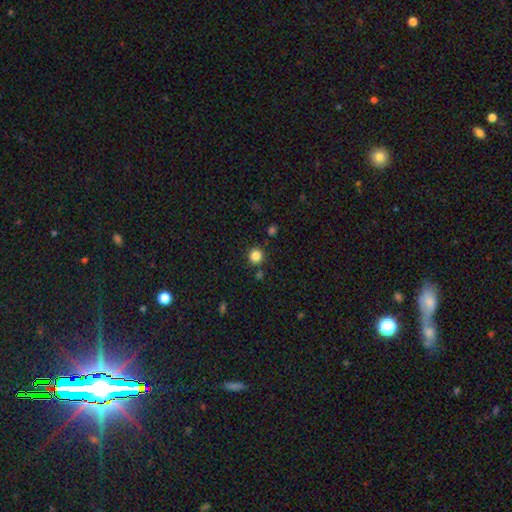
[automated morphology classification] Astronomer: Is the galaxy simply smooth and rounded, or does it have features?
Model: smooth — 84%.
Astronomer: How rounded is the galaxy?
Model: round — 93%.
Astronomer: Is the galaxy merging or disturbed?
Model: none — 86%.